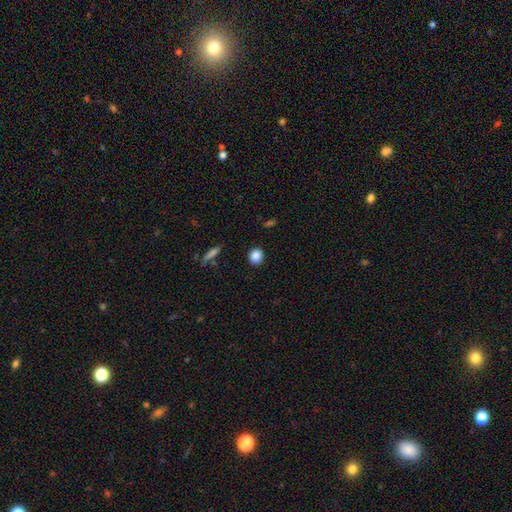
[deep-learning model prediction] Smooth or featured?
  - smooth: 87% *
  - star or artifact: 9%
  - featured or disk: 4%
How rounded?
  - round: 75% *
  - in between: 23%
  - cigar-shaped: 2%
Merging?
  - none: 90% *
  - minor disturbance: 7%
  - major disturbance: 2%
  - merger: 1%